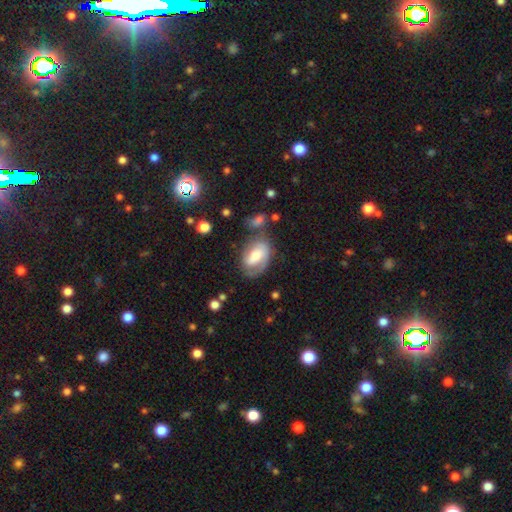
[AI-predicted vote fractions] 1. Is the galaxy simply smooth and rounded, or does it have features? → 57% featured or disk, 36% smooth, 7% star or artifact.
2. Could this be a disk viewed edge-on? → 95% no, 5% yes.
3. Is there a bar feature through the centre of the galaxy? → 42% weak, 37% no, 21% strong.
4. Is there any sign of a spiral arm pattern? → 77% yes, 23% no.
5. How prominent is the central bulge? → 57% moderate, 27% small, 12% large, 3% none, 2% dominant.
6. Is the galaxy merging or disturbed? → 54% none, 23% minor disturbance, 15% major disturbance, 8% merger.